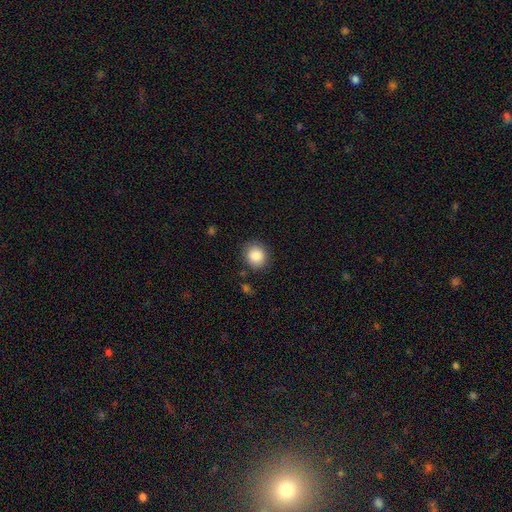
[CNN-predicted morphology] Smooth or featured?
  - smooth: 86% *
  - star or artifact: 9%
  - featured or disk: 5%
How rounded?
  - round: 81% *
  - in between: 18%
  - cigar-shaped: 1%
Merging?
  - none: 86% *
  - minor disturbance: 9%
  - major disturbance: 3%
  - merger: 2%